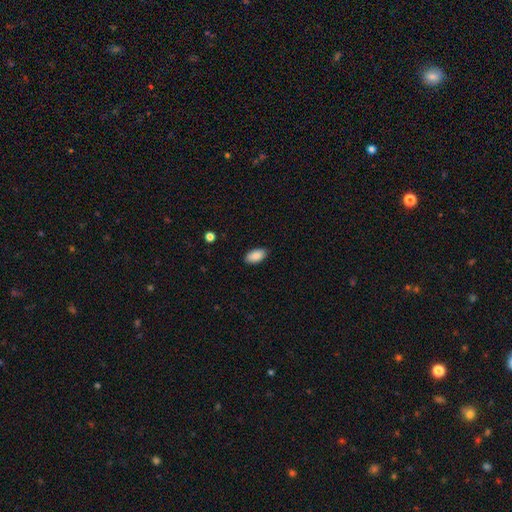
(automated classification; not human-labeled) smooth_or_featured: smooth (p=0.89) [alt: star or artifact p=0.07]
how_rounded: in between (p=0.94) [alt: round p=0.03]
merging: none (p=0.85) [alt: minor disturbance p=0.11]